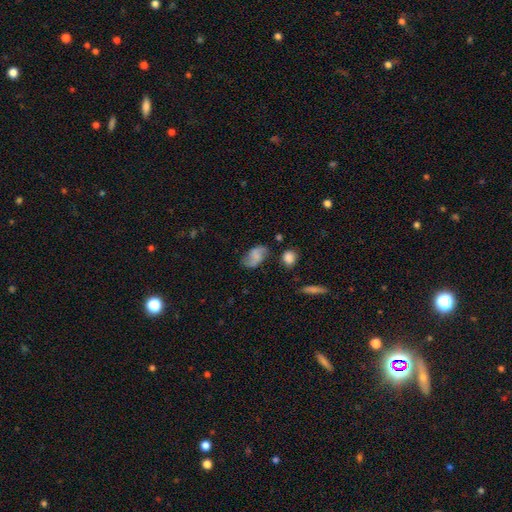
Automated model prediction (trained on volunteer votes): Smooth or featured?
  - smooth: 48% *
  - featured or disk: 42%
  - star or artifact: 10%
Merging?
  - none: 64% *
  - minor disturbance: 23%
  - major disturbance: 8%
  - merger: 6%